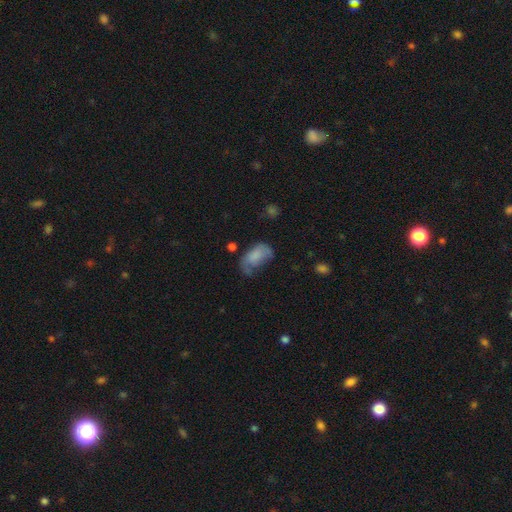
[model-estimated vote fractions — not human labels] smooth_or_featured: smooth (p=0.67) [alt: featured or disk p=0.24]
how_rounded: in between (p=0.91) [alt: round p=0.08]
merging: major disturbance (p=0.35) [alt: minor disturbance p=0.31]